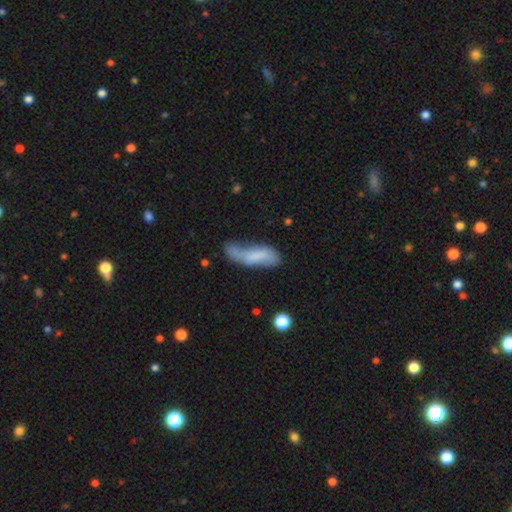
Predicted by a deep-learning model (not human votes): The model was most divided on "merging": none: 31%, minor disturbance: 30%, major disturbance: 24%, merger: 16%. More confident: smooth or featured — smooth (58%); how rounded — in between (55%).